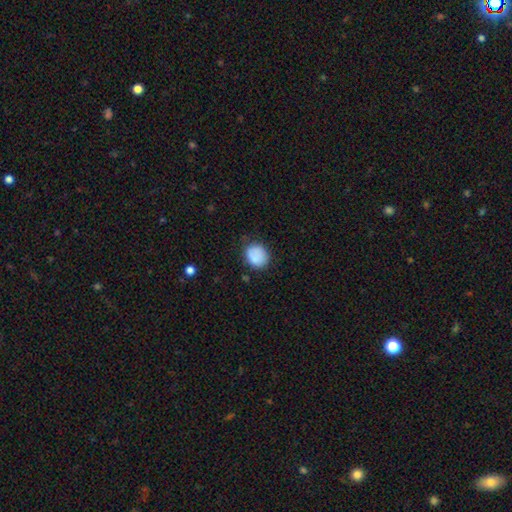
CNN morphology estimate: smooth 86%, star or artifact 8%, featured or disk 6%. Down the decision tree: how rounded — round (65%); merging — none (73%).